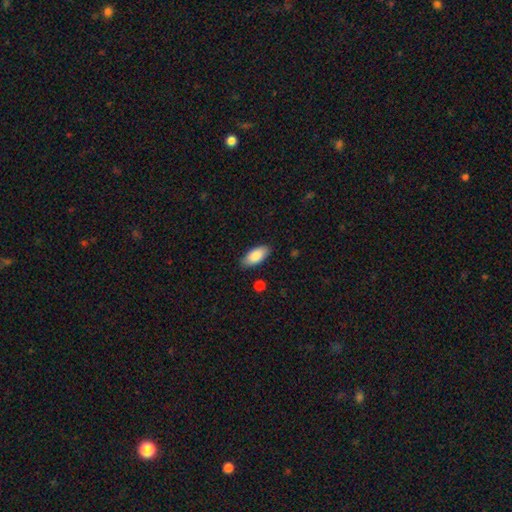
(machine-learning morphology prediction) A smooth galaxy with no disk features (86%) that is in between round and cigar-shaped (90%). Merging: none (85%).